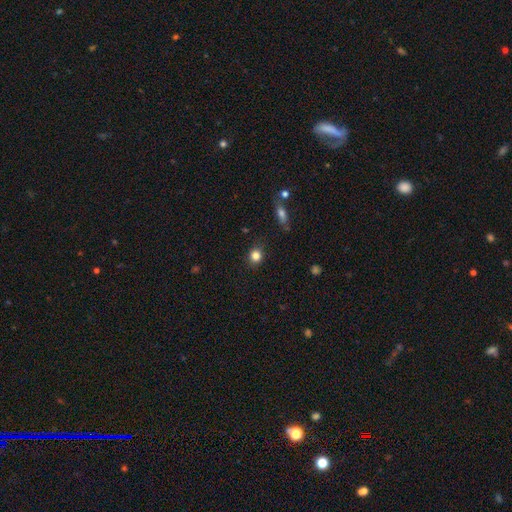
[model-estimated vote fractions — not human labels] Smooth or featured? smooth (84%)
How rounded? round (79%)
Merging? none (85%)